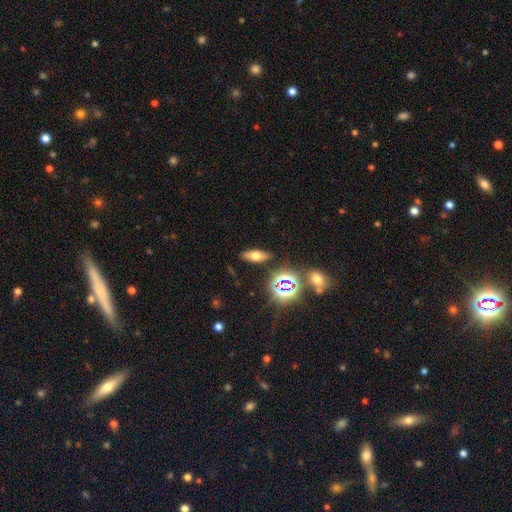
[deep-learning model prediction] The model was most divided on "smooth or featured": smooth: 57%, star or artifact: 22%, featured or disk: 21%. More confident: merging — none (86%); how rounded — in between (69%).